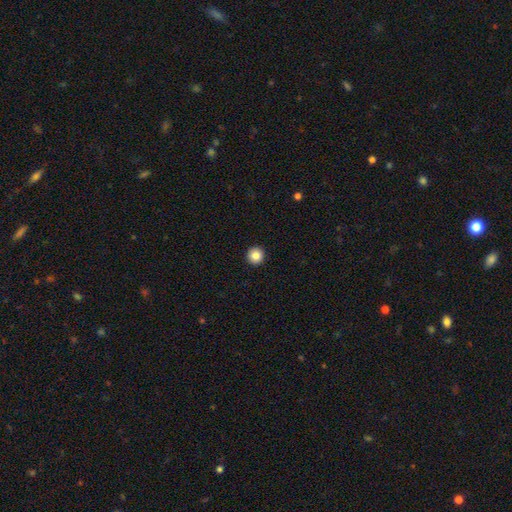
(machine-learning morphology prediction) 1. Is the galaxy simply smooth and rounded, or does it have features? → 85% smooth, 10% star or artifact, 5% featured or disk.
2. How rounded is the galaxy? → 97% round, 2% in between, 1% cigar-shaped.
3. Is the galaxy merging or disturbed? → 94% none, 3% minor disturbance, 1% major disturbance, 1% merger.